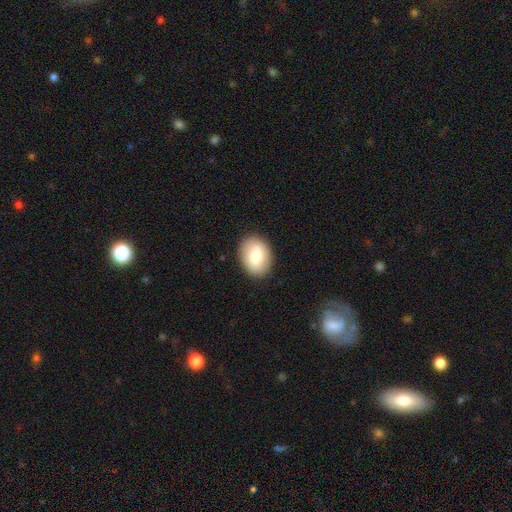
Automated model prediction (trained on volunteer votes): Overall: smooth (79%). How rounded: in between (73%). Merging: none (89%).